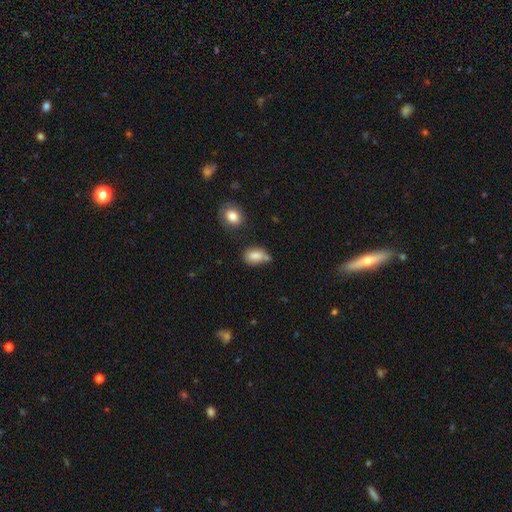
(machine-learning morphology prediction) A smooth galaxy with no disk features (82%) that is in between round and cigar-shaped (84%). Merging: none (42%).